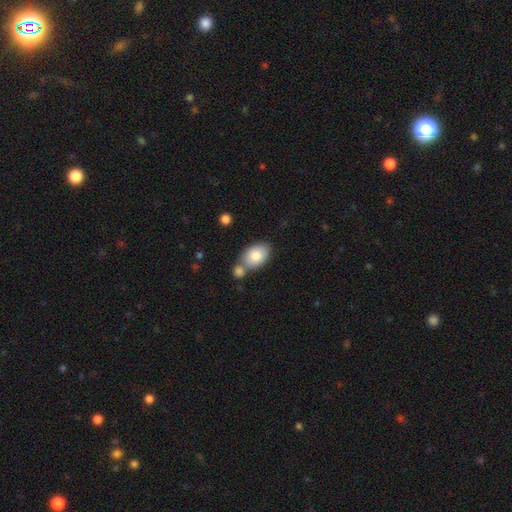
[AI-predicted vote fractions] This appears to be a smooth galaxy with no disk features (78%) that is in between round and cigar-shaped (87%). Merging: none (51%).